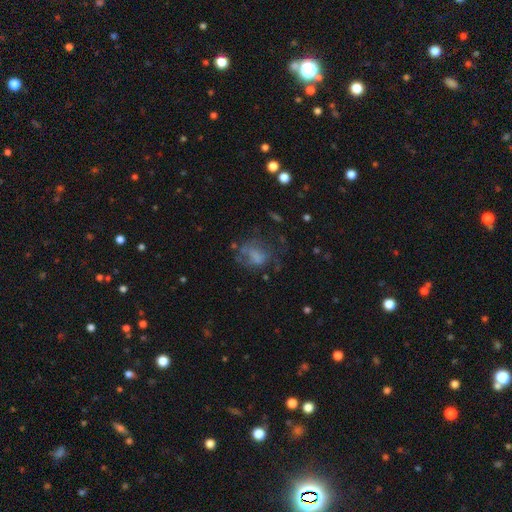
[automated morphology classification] A smooth galaxy with no disk features (50%) that is in between round and cigar-shaped (59%). Merging: none (39%).